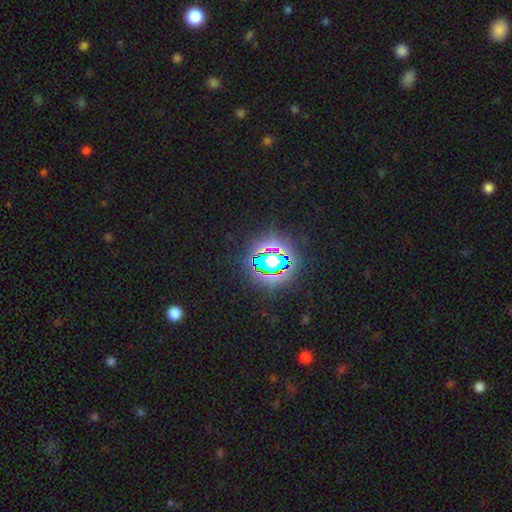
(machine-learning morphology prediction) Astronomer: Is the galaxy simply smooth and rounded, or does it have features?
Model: star or artifact — 80%.